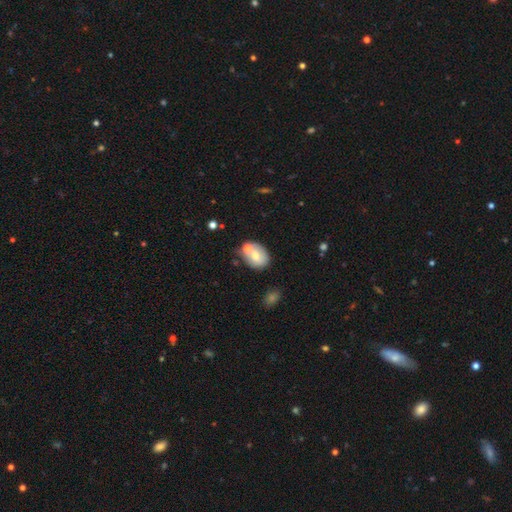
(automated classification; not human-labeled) smooth 66%, featured or disk 25%, star or artifact 9%. Down the decision tree: how rounded — in between (65%); merging — none (50%).